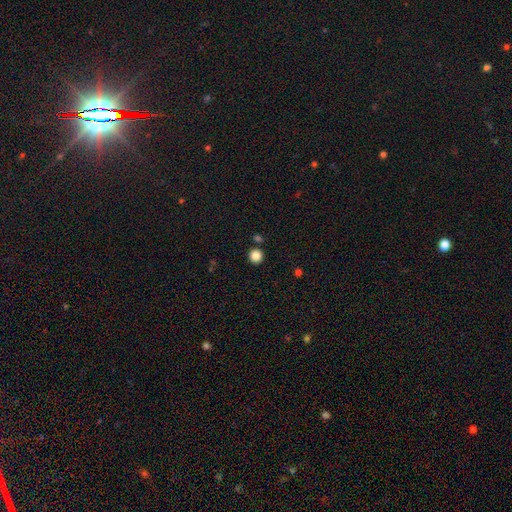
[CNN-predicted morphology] Q: Smooth or featured?
A: smooth (86%); runner-up: star or artifact (10%)
Q: How rounded?
A: round (95%); runner-up: in between (4%)
Q: Merging?
A: none (89%); runner-up: minor disturbance (5%)